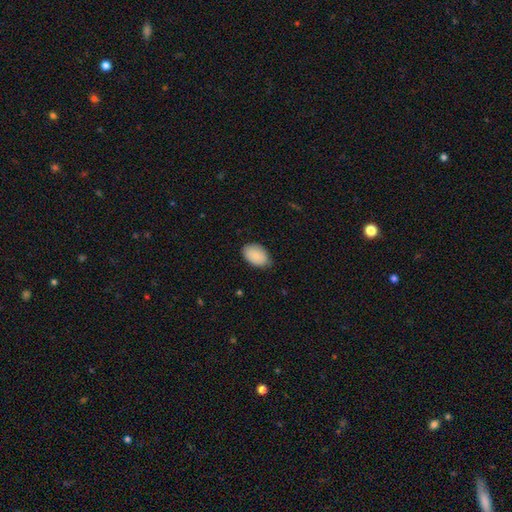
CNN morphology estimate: smooth_or_featured: smooth (p=0.87) [alt: featured or disk p=0.06]
how_rounded: in between (p=0.91) [alt: round p=0.08]
merging: none (p=0.75) [alt: minor disturbance p=0.22]